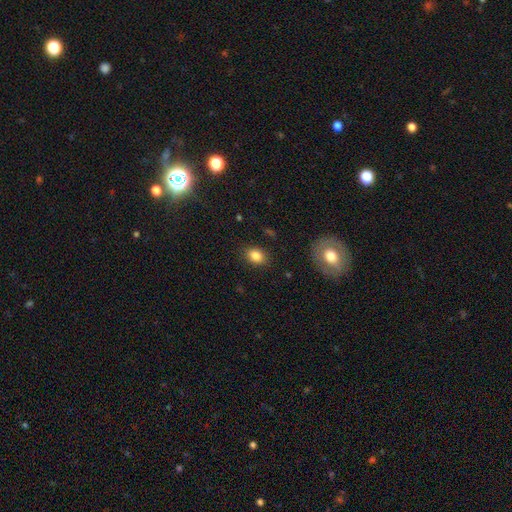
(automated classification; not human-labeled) The model was most divided on "how rounded": in between: 68%, round: 31%, cigar-shaped: 1%. More confident: merging — none (86%); smooth or featured — smooth (85%).